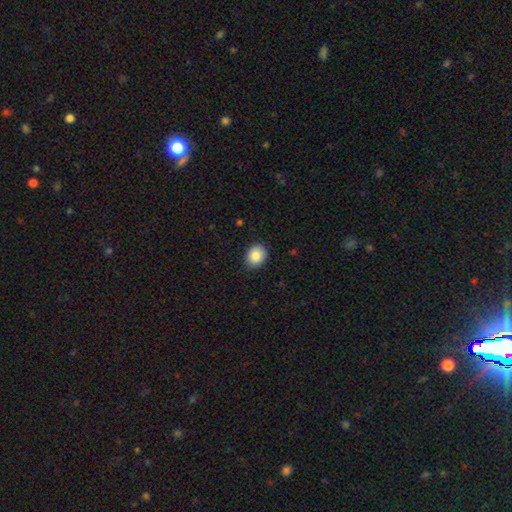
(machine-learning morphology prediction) A smooth galaxy with no disk features (86%) that is round (57%). Merging: none (88%).